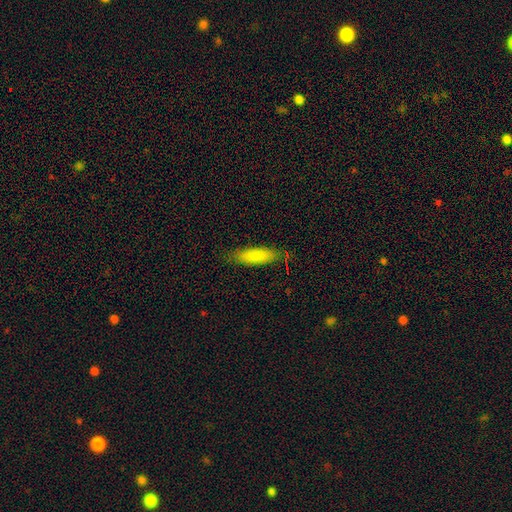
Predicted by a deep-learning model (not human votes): smooth_or_featured: smooth (p=0.85) [alt: featured or disk p=0.08]
how_rounded: cigar-shaped (p=0.51) [alt: in between p=0.47]
merging: none (p=0.83) [alt: minor disturbance p=0.13]